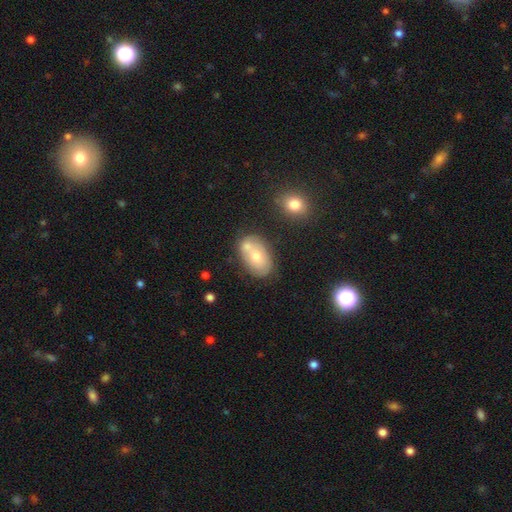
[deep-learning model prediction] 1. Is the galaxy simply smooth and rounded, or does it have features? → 58% smooth, 34% featured or disk, 8% star or artifact.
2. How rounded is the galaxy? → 87% in between, 11% round, 2% cigar-shaped.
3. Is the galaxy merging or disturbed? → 46% none, 32% merger, 17% minor disturbance, 5% major disturbance.